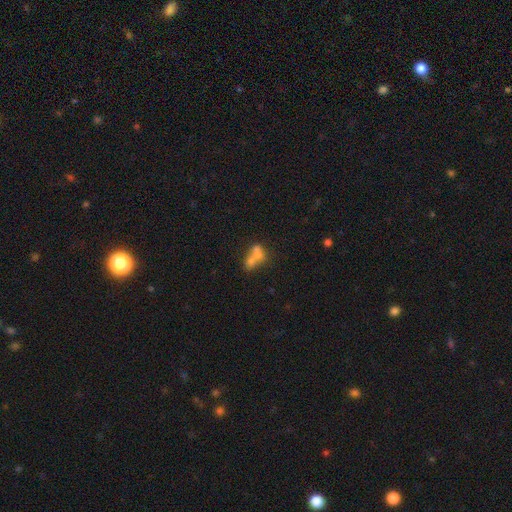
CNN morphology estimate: Smooth or featured?
  - smooth: 60% *
  - featured or disk: 26%
  - star or artifact: 13%
How rounded?
  - in between: 53% *
  - round: 43%
  - cigar-shaped: 5%
Merging?
  - merger: 68% *
  - none: 20%
  - minor disturbance: 7%
  - major disturbance: 5%